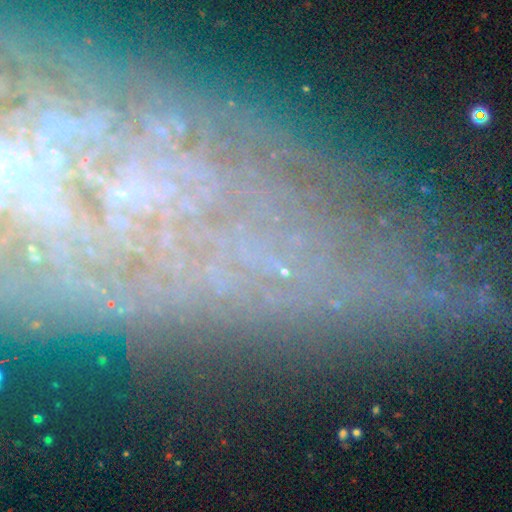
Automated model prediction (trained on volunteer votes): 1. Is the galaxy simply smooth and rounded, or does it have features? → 46% star or artifact, 38% featured or disk, 15% smooth.